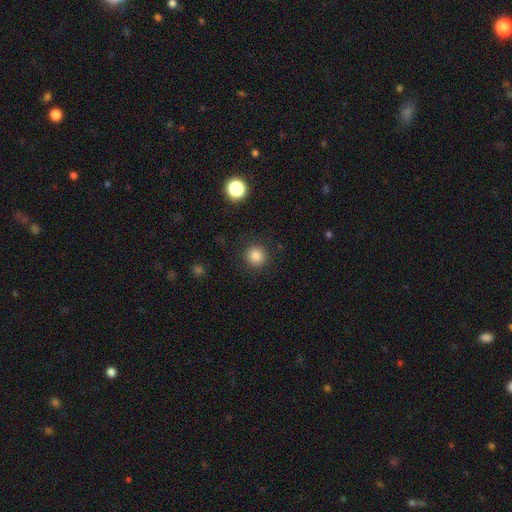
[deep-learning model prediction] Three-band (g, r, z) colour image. It shows a smooth galaxy with no disk features (84%) that is round (94%). Merging: none (91%).